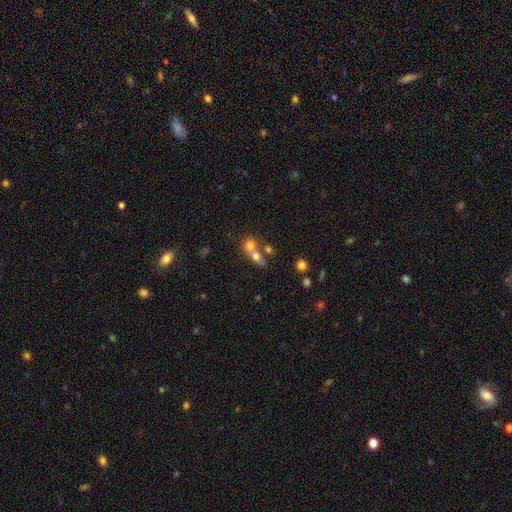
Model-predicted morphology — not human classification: type=smooth (68%); roundness=round (54%); merging=merger (63%).